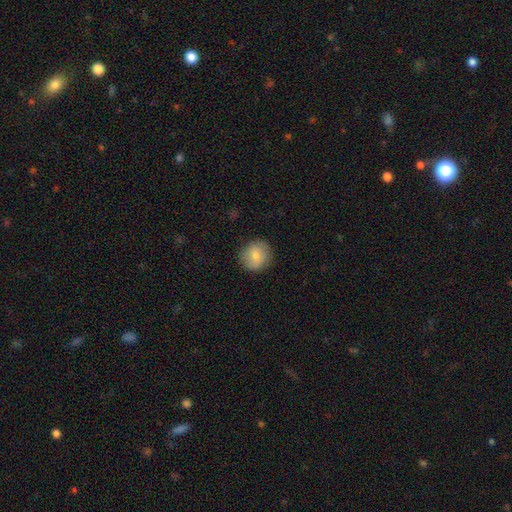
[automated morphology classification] The model was most divided on "smooth or featured": smooth: 76%, featured or disk: 16%, star or artifact: 7%. More confident: how rounded — round (88%); merging — none (86%).